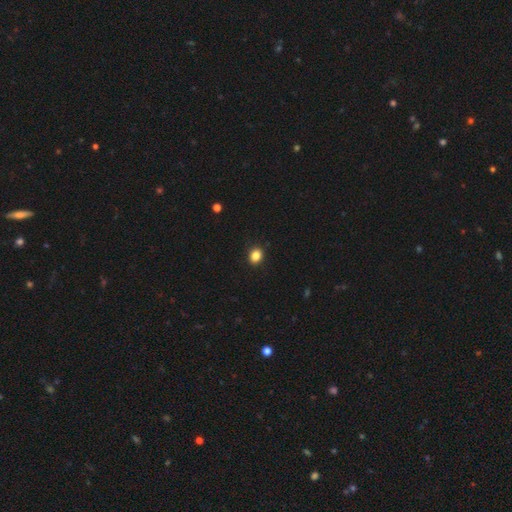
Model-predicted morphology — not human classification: smooth-or-featured: smooth: 86% | star or artifact: 10% | featured or disk: 4%
  how-rounded: round: 56% | in between: 43% | cigar-shaped: 1%
  merging: none: 91% | minor disturbance: 6% | major disturbance: 2% | merger: 1%